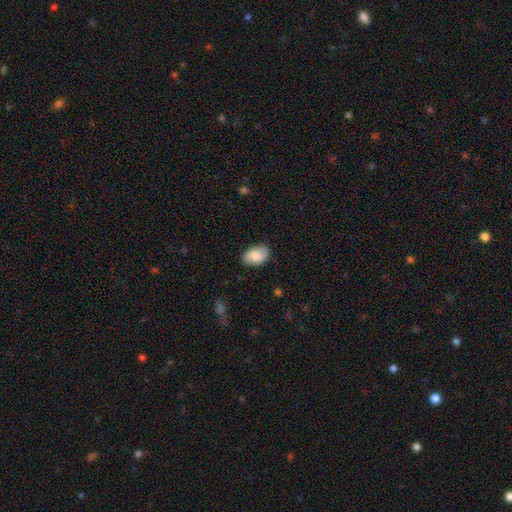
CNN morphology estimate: smooth-or-featured: smooth: 83% | featured or disk: 11% | star or artifact: 7%
  how-rounded: in between: 89% | round: 10% | cigar-shaped: 1%
  merging: none: 82% | minor disturbance: 14% | major disturbance: 3% | merger: 1%